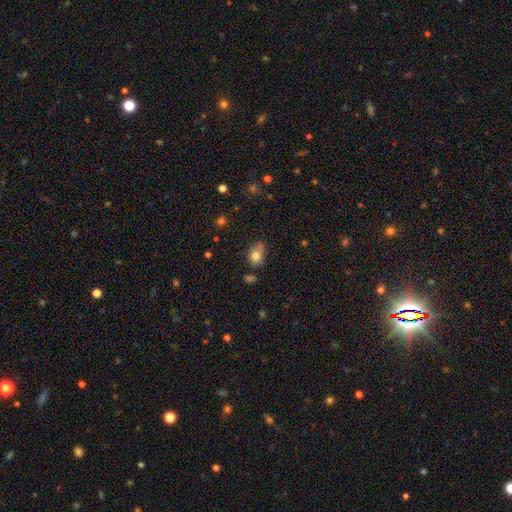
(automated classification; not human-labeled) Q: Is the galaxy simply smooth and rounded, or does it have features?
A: smooth — 79%.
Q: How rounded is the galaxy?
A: in between — 61%.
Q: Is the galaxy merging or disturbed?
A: none — 44%.